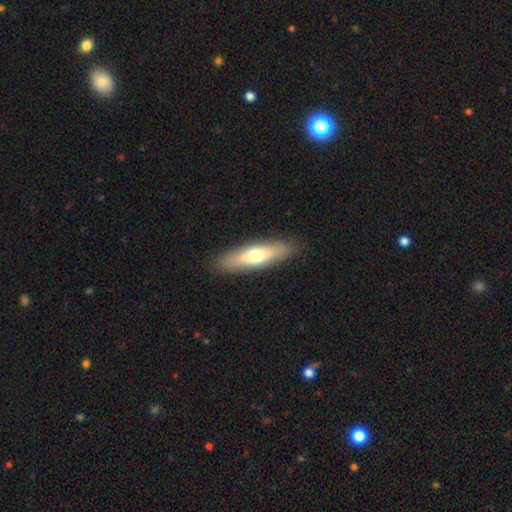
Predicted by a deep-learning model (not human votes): Q: Smooth or featured?
A: smooth (57%); runner-up: featured or disk (37%)
Q: How rounded?
A: cigar-shaped (56%); runner-up: in between (42%)
Q: Merging?
A: none (87%); runner-up: minor disturbance (9%)